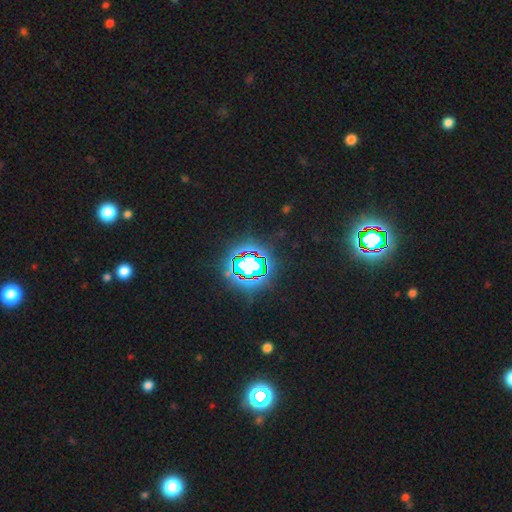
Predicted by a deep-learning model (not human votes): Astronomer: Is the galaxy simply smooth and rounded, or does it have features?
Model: star or artifact — 80%.